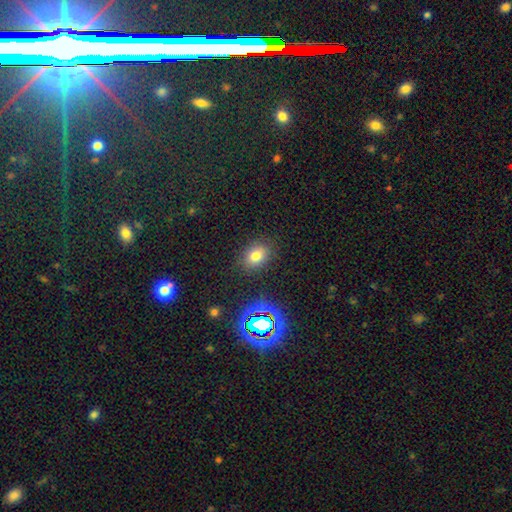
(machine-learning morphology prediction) Overall: smooth (71%). How rounded: in between (62%; round 36%). Merging: none (85%).